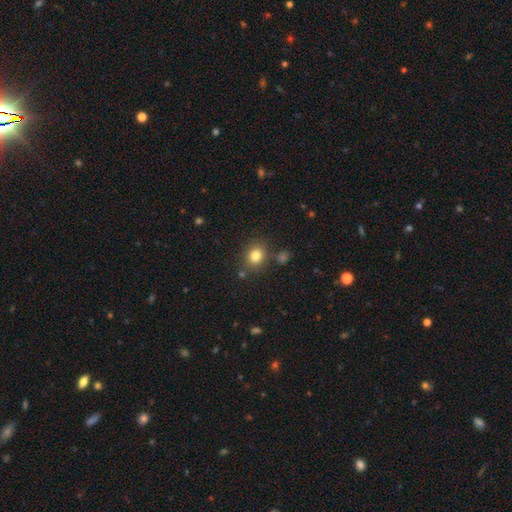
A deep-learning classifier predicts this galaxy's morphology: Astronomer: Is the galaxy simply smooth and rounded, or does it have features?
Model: smooth — 80%.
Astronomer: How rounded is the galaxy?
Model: round — 63%.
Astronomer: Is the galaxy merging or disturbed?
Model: none — 78%.